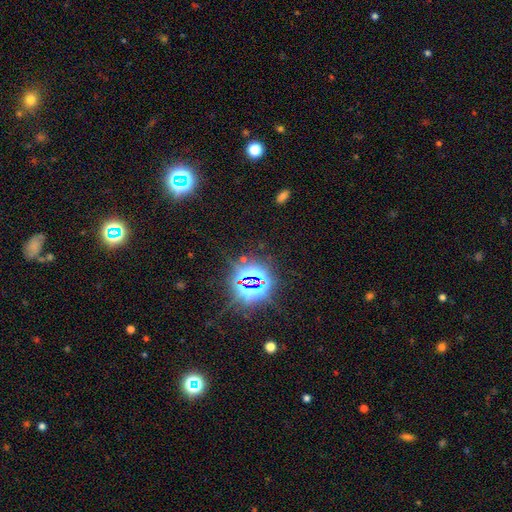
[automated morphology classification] Smooth or featured: star or artifact — 81% (smooth — 12%)